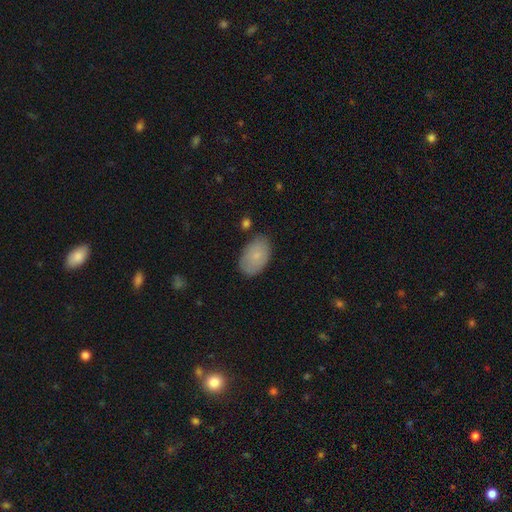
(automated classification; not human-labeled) Smooth or featured? Predicted: smooth (p=0.79). How rounded? Predicted: in between (p=0.92). Merging? Predicted: none (p=0.77).